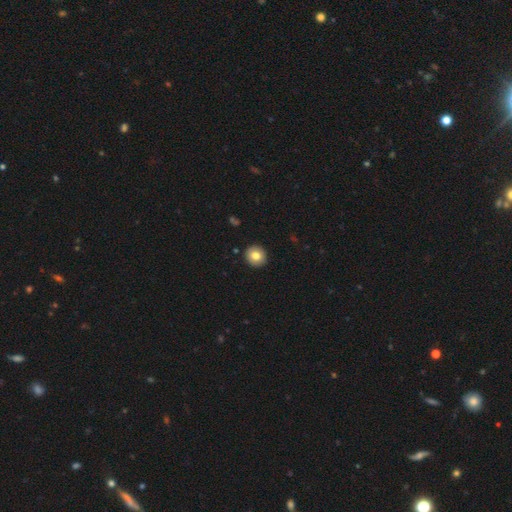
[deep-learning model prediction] The model was most divided on "smooth or featured": smooth: 80%, featured or disk: 12%, star or artifact: 8%. More confident: merging — none (93%); how rounded — round (91%).